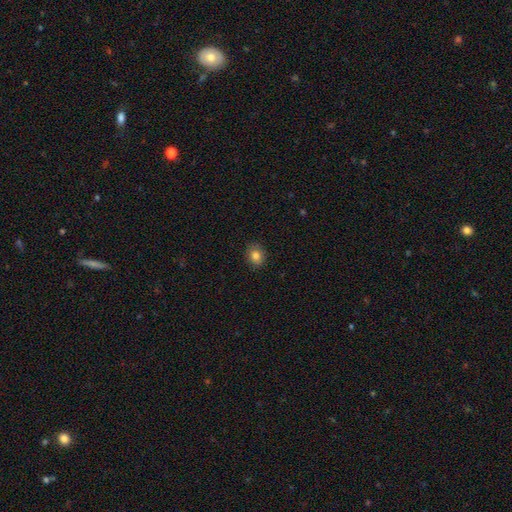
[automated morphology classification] Overall: smooth (83%). How rounded: round (60%; in between 39%). Merging: none (88%).